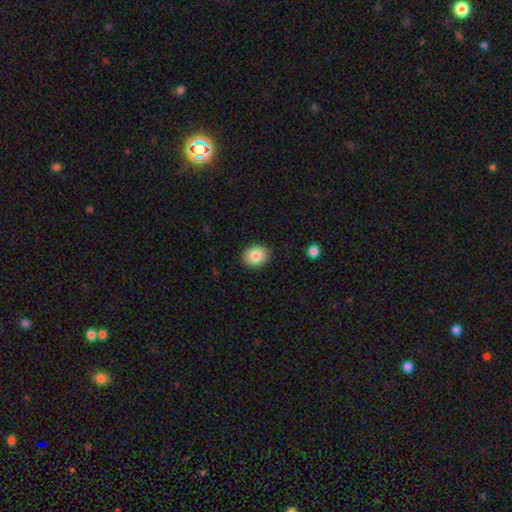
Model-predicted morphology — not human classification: Smooth or featured?
  - smooth: 83% *
  - featured or disk: 9%
  - star or artifact: 8%
How rounded?
  - round: 52% *
  - in between: 48%
  - cigar-shaped: 1%
Merging?
  - none: 89% *
  - minor disturbance: 8%
  - major disturbance: 2%
  - merger: 1%